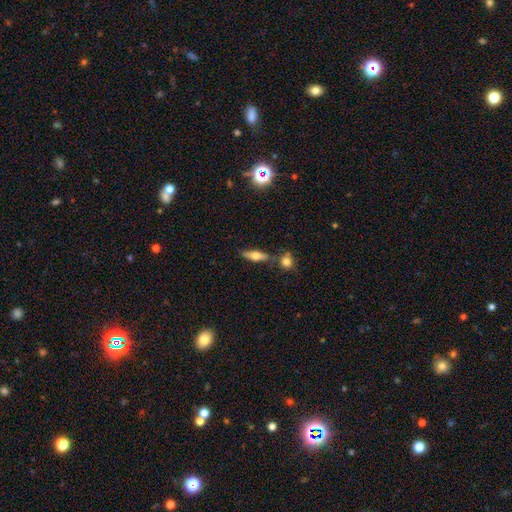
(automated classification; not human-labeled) A smooth galaxy with no disk features (52%) that is cigar-shaped (52%).

Vote fractions:
- Smooth or featured? smooth: 52% / featured or disk: 40% / star or artifact: 8%
- How rounded? cigar-shaped: 52% / in between: 45% / round: 4%
- Merging? none: 74% / minor disturbance: 12% / merger: 11% / major disturbance: 3%